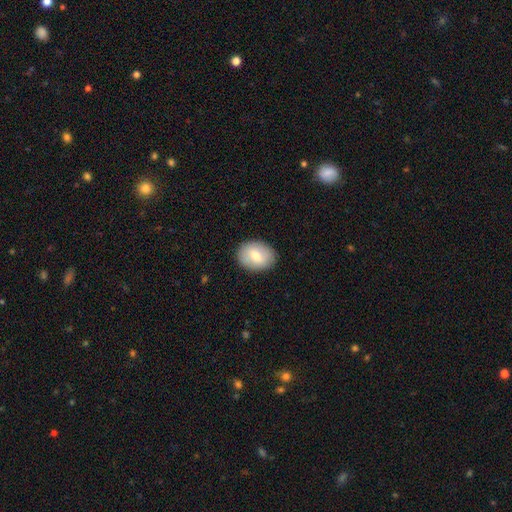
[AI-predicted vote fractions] smooth 70%, featured or disk 23%, star or artifact 7%. Down the decision tree: how rounded — in between (64%); merging — none (88%).